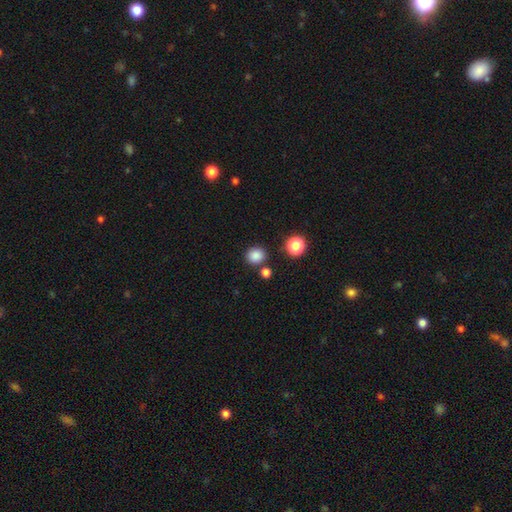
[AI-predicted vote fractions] This appears to be a smooth galaxy with no disk features (84%) that is round (83%). Merging: none (82%).